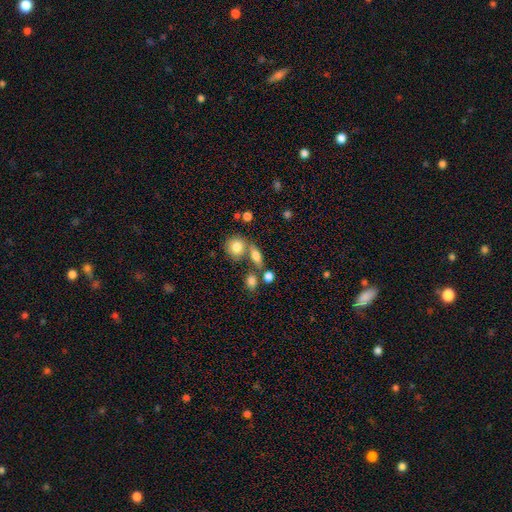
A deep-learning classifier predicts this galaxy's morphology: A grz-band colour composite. It shows a smooth galaxy with no disk features (72%) that is in between round and cigar-shaped (59%). Merging: none (56%).